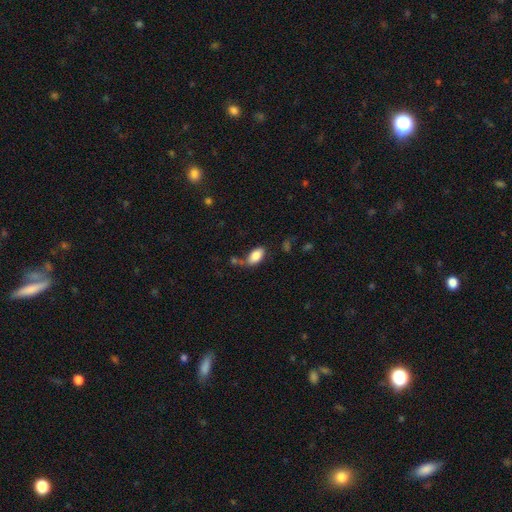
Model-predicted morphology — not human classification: Smooth or featured? smooth (84%)
How rounded? in between (93%)
Merging? none (46%)